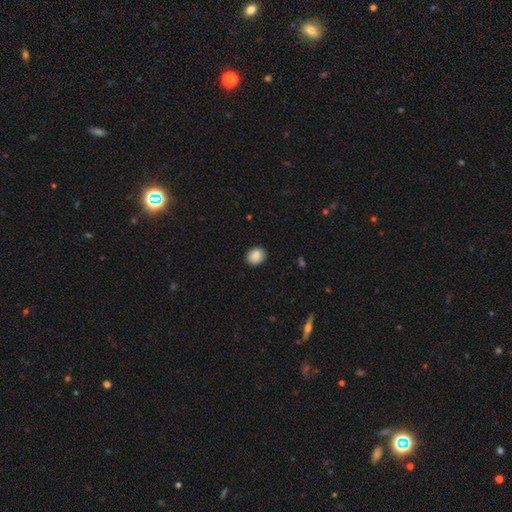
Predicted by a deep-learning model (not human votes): This is clearly a smooth galaxy (89%). How rounded: likely round (63%). Merging: clearly none (88%).